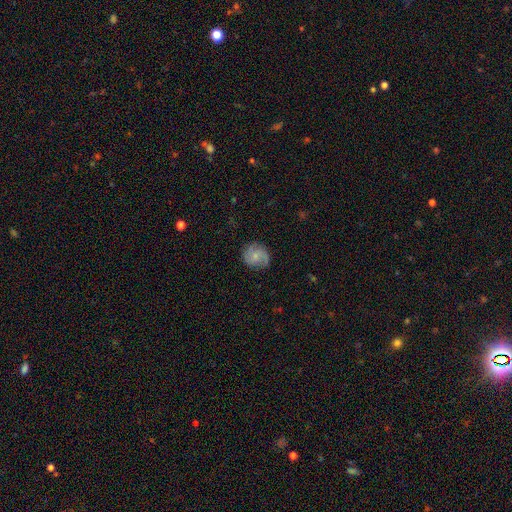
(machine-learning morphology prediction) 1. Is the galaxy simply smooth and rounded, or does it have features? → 51% featured or disk, 41% smooth, 8% star or artifact.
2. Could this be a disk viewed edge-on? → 97% no, 3% yes.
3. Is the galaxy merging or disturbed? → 77% none, 17% minor disturbance, 5% major disturbance, 1% merger.